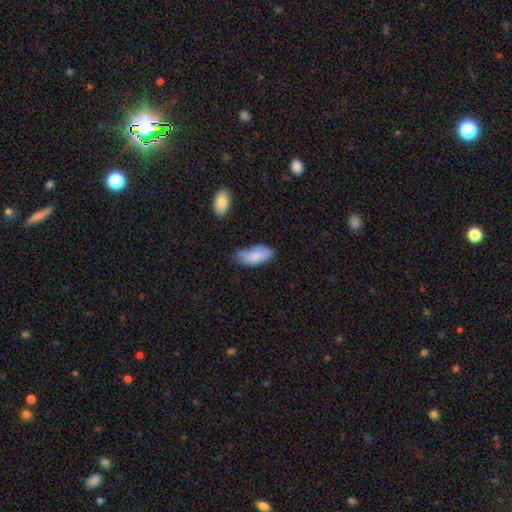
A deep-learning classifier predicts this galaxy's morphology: A smooth galaxy with no disk features (80%) that is in between round and cigar-shaped (89%).

Vote fractions:
- Smooth or featured? smooth: 80% / featured or disk: 14% / star or artifact: 6%
- How rounded? in between: 89% / cigar-shaped: 9% / round: 2%
- Merging? none: 49% / minor disturbance: 38% / major disturbance: 9% / merger: 4%